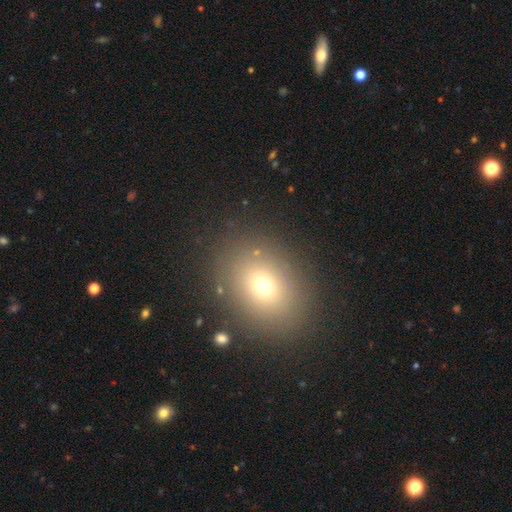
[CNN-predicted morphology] Smooth or featured? Predicted: smooth (p=0.69). How rounded? Predicted: in between (p=0.57). Merging? Predicted: none (p=0.87).